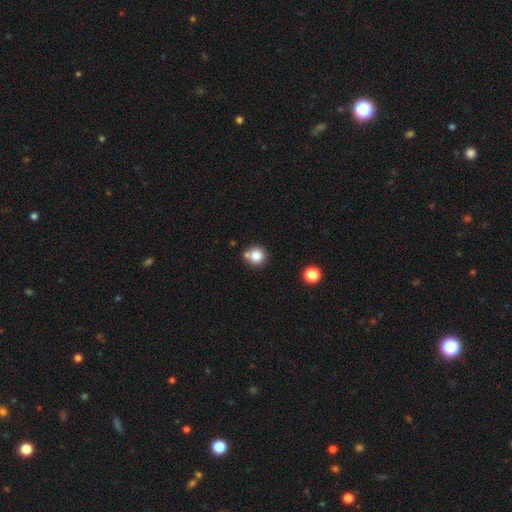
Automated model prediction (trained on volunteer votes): Q: Smooth or featured?
A: smooth (83%); runner-up: star or artifact (11%)
Q: How rounded?
A: round (93%); runner-up: in between (6%)
Q: Merging?
A: none (69%); runner-up: merger (17%)